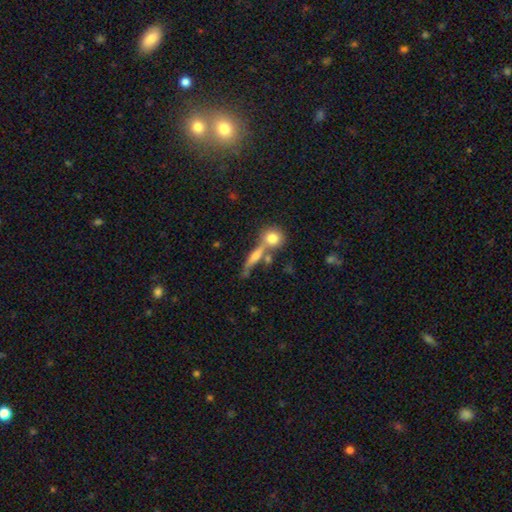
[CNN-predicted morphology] type=smooth (45%, tied with featured or disk); merging=none (58%).